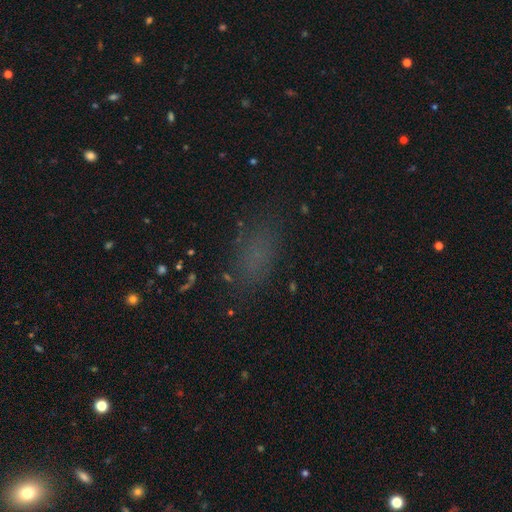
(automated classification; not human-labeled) Q: Smooth or featured?
A: smooth (61%); runner-up: star or artifact (27%)
Q: How rounded?
A: in between (83%); runner-up: round (9%)
Q: Merging?
A: none (72%); runner-up: minor disturbance (16%)